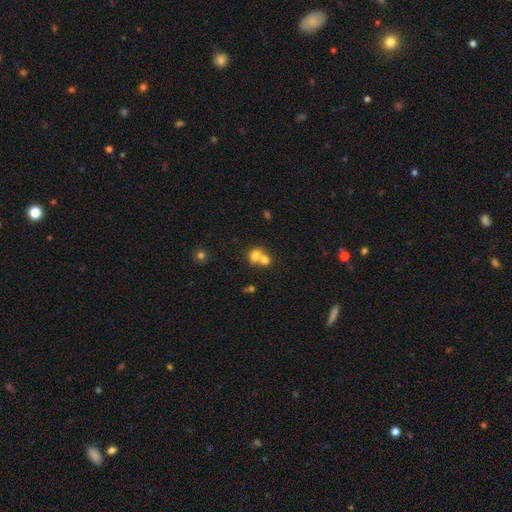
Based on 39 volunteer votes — smooth-or-featured: smooth: 74% | featured or disk: 18% | star or artifact: 8%
  how-rounded: in between: 69% | round: 31% | cigar-shaped: 0%
  merging: merger: 75% | none: 19% | minor disturbance: 3% | major disturbance: 3%